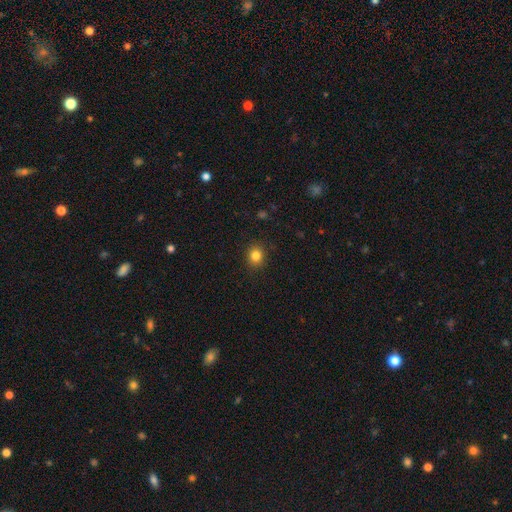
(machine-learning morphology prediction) type=smooth (83%); roundness=round (76%); merging=none (90%).